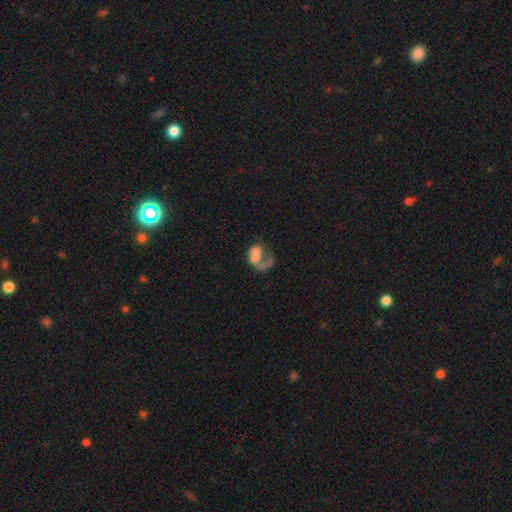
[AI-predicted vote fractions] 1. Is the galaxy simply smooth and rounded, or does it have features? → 58% featured or disk, 33% smooth, 9% star or artifact.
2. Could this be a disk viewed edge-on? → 98% no, 2% yes.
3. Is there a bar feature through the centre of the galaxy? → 77% no, 18% weak, 5% strong.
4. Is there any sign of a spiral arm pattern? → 58% yes, 42% no.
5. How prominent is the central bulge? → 31% none, 29% moderate, 24% small, 12% large, 4% dominant.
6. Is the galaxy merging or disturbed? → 43% major disturbance, 22% merger, 22% none, 12% minor disturbance.